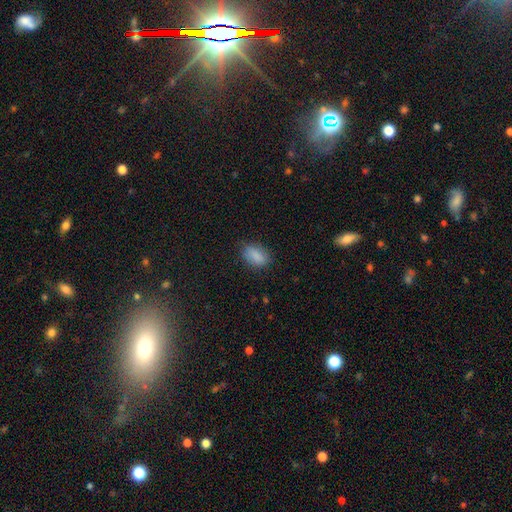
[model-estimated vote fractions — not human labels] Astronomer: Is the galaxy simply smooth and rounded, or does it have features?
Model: smooth — 86%.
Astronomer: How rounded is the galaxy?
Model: in between — 87%.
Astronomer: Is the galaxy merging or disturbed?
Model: none — 79%.